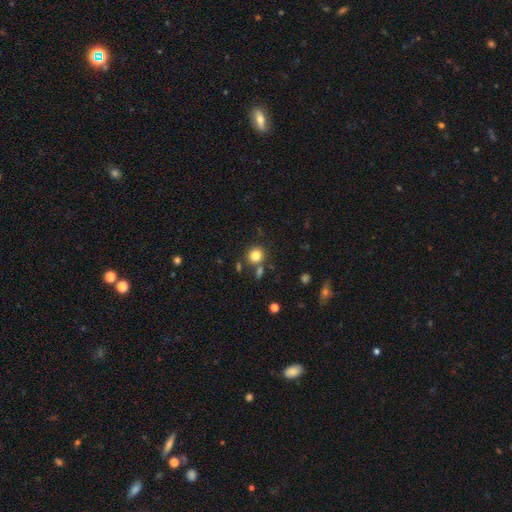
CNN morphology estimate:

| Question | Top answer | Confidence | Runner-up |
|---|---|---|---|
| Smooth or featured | smooth | 82% | star or artifact (11%) |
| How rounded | round | 89% | in between (10%) |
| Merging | none | 76% | merger (11%) |